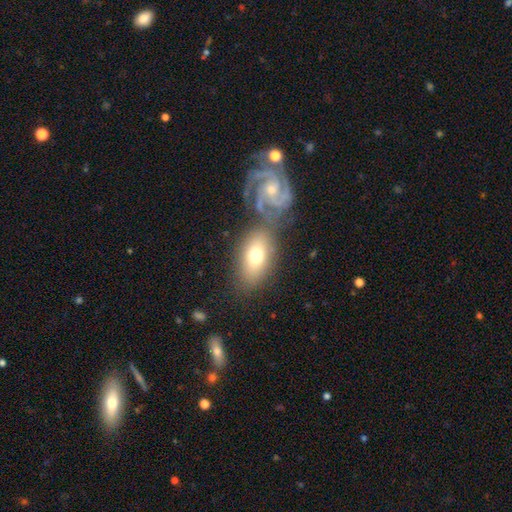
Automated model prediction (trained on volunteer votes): Smooth or featured?
  - featured or disk: 48% *
  - smooth: 44%
  - star or artifact: 8%
Merging?
  - none: 59% *
  - merger: 20%
  - minor disturbance: 16%
  - major disturbance: 5%